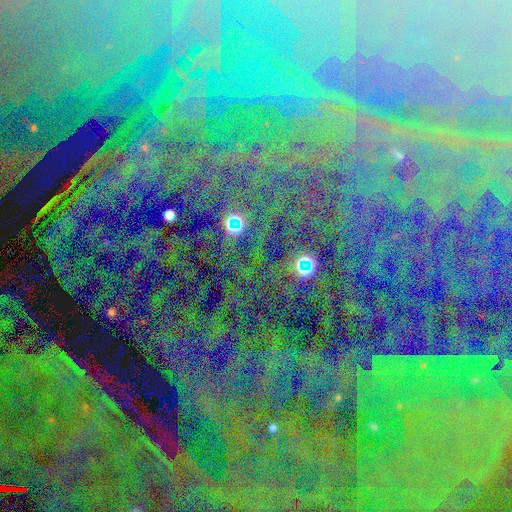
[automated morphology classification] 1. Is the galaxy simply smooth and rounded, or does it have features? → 84% star or artifact, 8% smooth, 7% featured or disk.